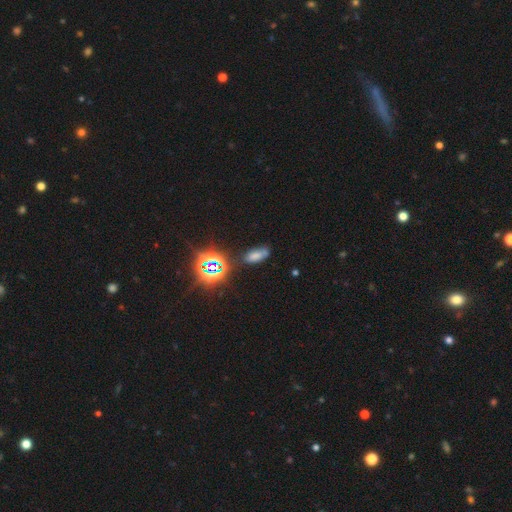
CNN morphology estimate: Smooth or featured: smooth — 57% (star or artifact — 30%)
How rounded: in between — 83% (cigar-shaped — 12%)
Merging: none — 62% (minor disturbance — 22%)